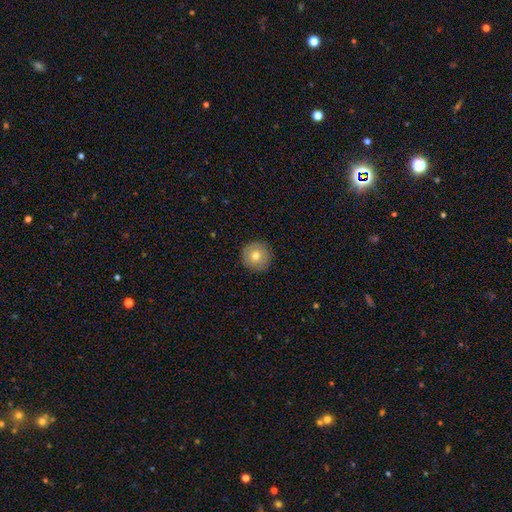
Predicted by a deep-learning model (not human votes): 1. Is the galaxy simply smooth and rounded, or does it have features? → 75% smooth, 15% featured or disk, 9% star or artifact.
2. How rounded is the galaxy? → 96% round, 3% in between, 1% cigar-shaped.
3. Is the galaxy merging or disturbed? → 91% none, 6% minor disturbance, 2% major disturbance, 1% merger.